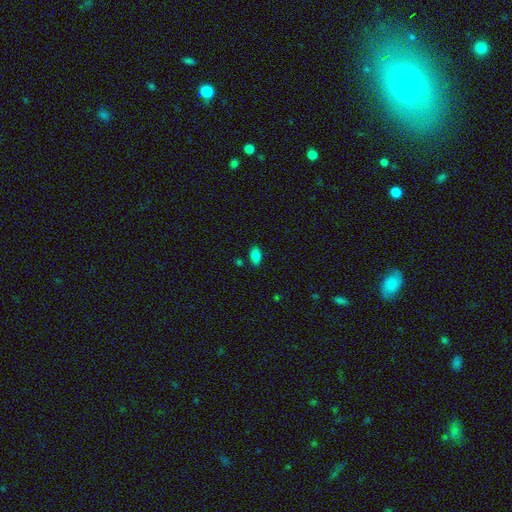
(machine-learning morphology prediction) Smooth or featured: smooth — 85% (star or artifact — 9%)
How rounded: in between — 92% (round — 5%)
Merging: none — 84% (minor disturbance — 10%)